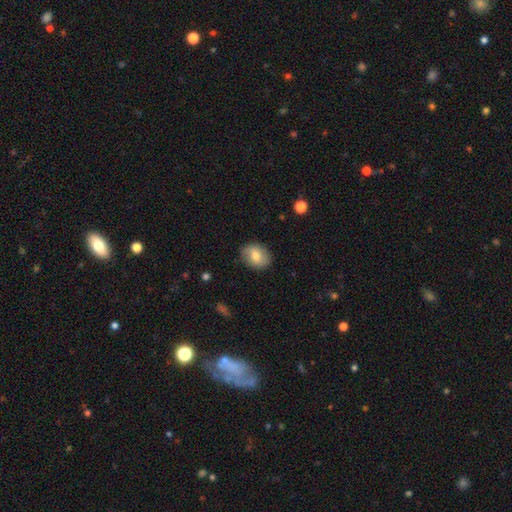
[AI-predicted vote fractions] smooth-or-featured: smooth: 71% | featured or disk: 22% | star or artifact: 8%
  how-rounded: in between: 52% | round: 47% | cigar-shaped: 1%
  merging: none: 84% | minor disturbance: 12% | major disturbance: 3% | merger: 1%